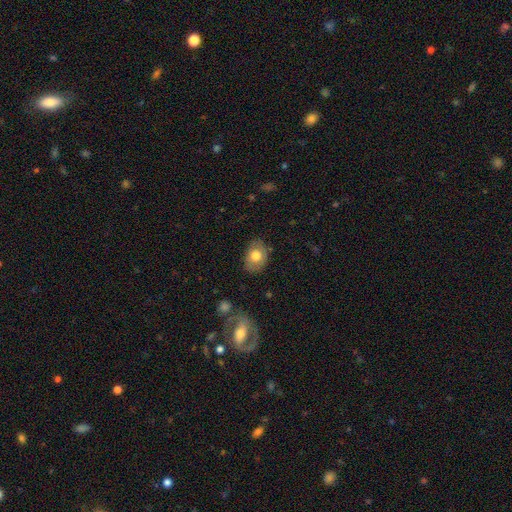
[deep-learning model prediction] Q: Smooth or featured?
A: smooth (73%); runner-up: featured or disk (19%)
Q: How rounded?
A: in between (70%); runner-up: round (29%)
Q: Merging?
A: none (81%); runner-up: minor disturbance (14%)